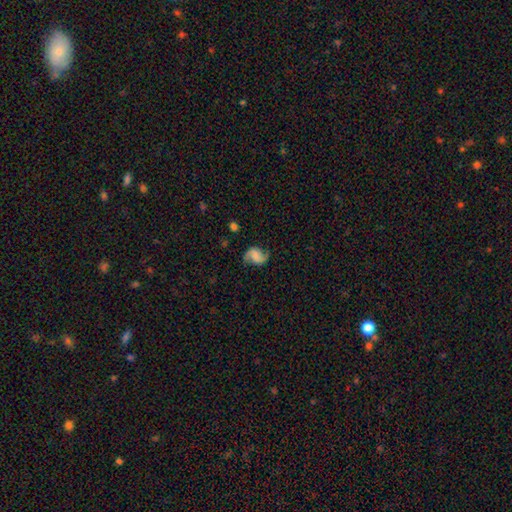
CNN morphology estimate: Q: Smooth or featured?
A: featured or disk (72%); runner-up: smooth (19%)
Q: Edge-on disk?
A: no (98%); runner-up: yes (2%)
Q: Bar?
A: weak (42%); runner-up: no (40%)
Q: Spiral arms?
A: yes (95%); runner-up: no (5%)
Q: Spiral winding?
A: loose (49%); runner-up: medium (38%)
Q: Spiral arm count?
A: 2 (92%); runner-up: can't tell (3%)
Q: Bulge size?
A: none (51%); runner-up: small (22%)
Q: Merging?
A: none (76%); runner-up: minor disturbance (16%)